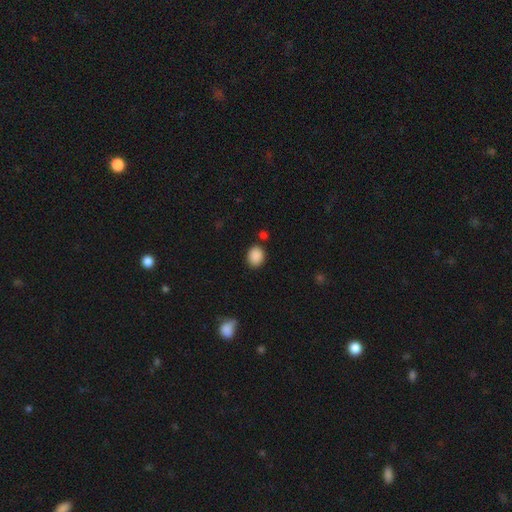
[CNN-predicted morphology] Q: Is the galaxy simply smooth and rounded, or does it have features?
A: smooth — 88%.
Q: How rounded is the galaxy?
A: in between — 53%.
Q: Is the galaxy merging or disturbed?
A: none — 82%.